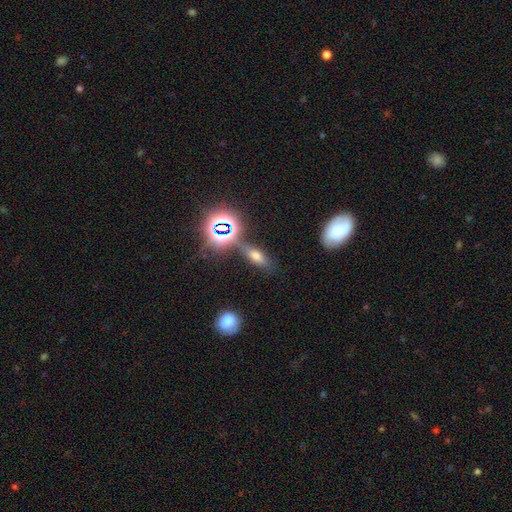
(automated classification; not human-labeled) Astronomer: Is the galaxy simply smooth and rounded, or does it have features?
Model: smooth — 48% (runner-up: star or artifact, 29%).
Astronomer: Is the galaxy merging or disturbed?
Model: none — 72%.